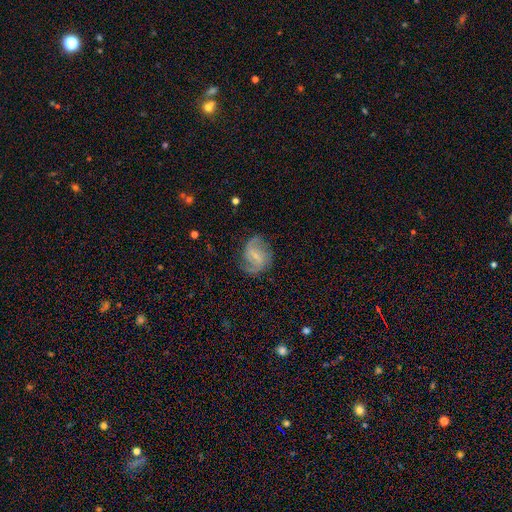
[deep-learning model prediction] Smooth or featured? featured or disk (73%)
Edge-on disk? no (97%)
Bar? weak (55%)
Spiral arms? yes (92%)
Spiral winding? medium (46%)
Spiral arm count? 2 (78%)
Bulge size? small (62%)
Merging? none (68%)